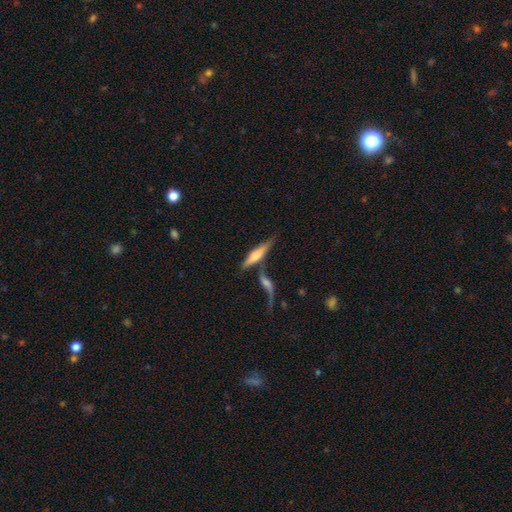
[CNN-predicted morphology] The model was most divided on "smooth or featured": featured or disk: 50%, smooth: 44%, star or artifact: 7%. Remaining: merging — none (48%).